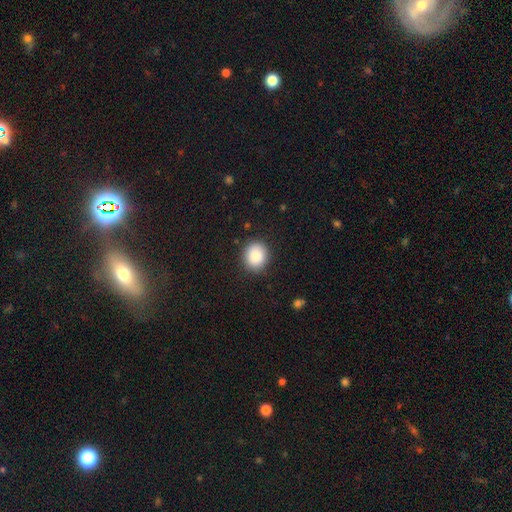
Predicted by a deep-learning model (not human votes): Morphology: type=smooth (87%); roundness=round (78%); merging=none (89%).